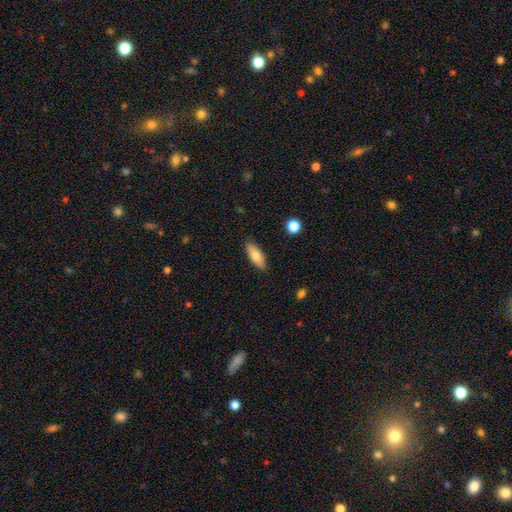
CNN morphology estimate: Smooth or featured? Predicted: smooth (p=0.73). How rounded? Predicted: in between (p=0.66). Merging? Predicted: none (p=0.87).